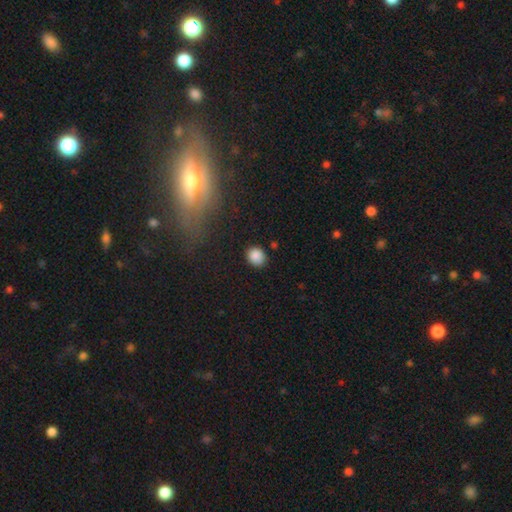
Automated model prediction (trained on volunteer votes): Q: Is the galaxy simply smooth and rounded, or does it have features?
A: smooth — 87%.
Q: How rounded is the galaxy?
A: round — 73%.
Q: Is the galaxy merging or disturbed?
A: none — 85%.